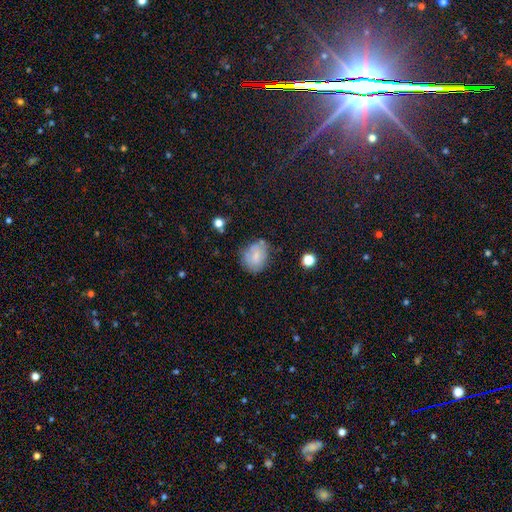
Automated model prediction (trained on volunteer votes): smooth_or_featured: smooth (p=0.71) [alt: featured or disk p=0.19]
how_rounded: in between (p=0.52) [alt: round p=0.47]
merging: none (p=0.61) [alt: minor disturbance p=0.26]